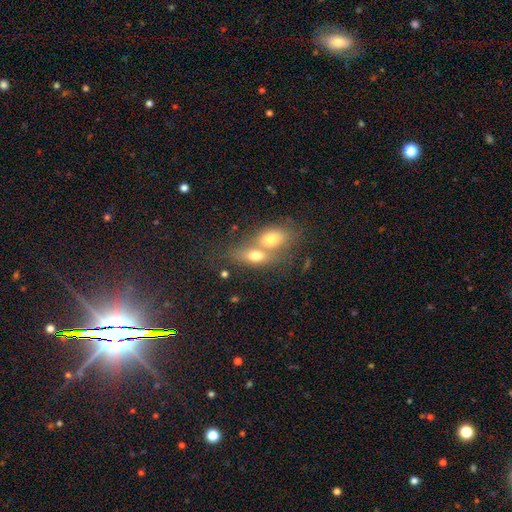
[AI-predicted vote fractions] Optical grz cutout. It shows a smooth galaxy with no disk features (70%) that is in between round and cigar-shaped (76%). Merging: merger (70%).